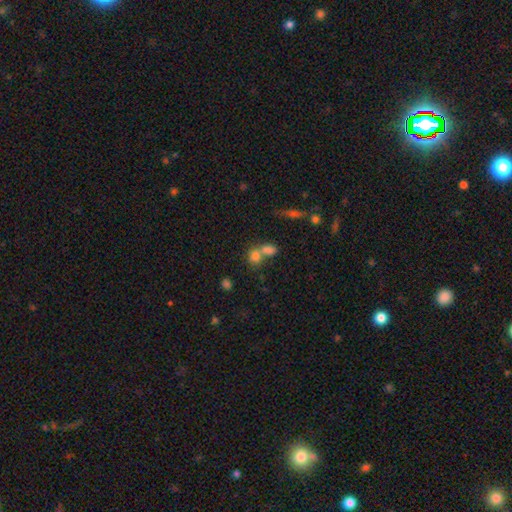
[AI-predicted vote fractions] smooth-or-featured: smooth: 76% | star or artifact: 12% | featured or disk: 11%
  how-rounded: round: 56% | in between: 42% | cigar-shaped: 2%
  merging: merger: 58% | none: 32% | minor disturbance: 7% | major disturbance: 4%